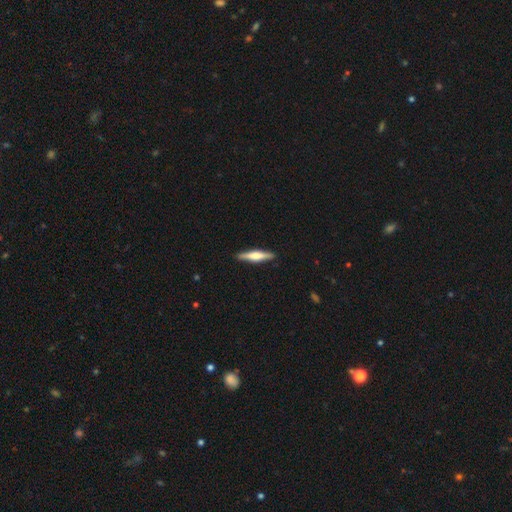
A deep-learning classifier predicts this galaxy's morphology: Overall: featured or disk (55%; smooth 40%). Edge-on disk: yes (97%). Edge-on bulge: rounded (73%). Merging: none (91%).